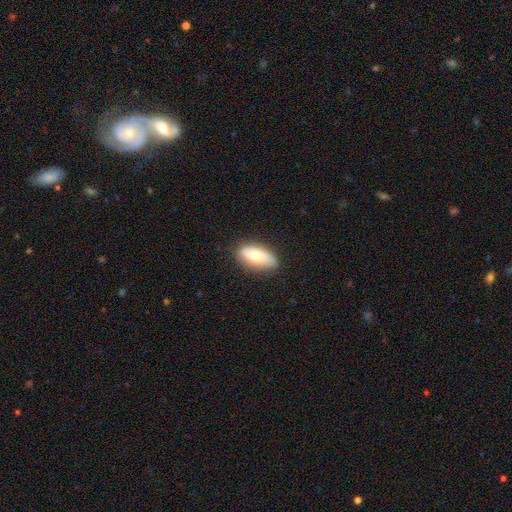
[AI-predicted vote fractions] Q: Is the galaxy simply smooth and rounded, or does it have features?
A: smooth — 71%.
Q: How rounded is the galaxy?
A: in between — 86%.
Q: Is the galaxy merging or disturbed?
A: none — 81%.